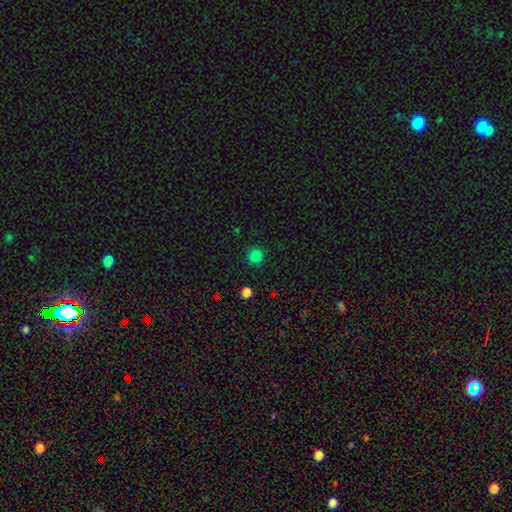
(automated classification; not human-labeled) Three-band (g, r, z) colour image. It shows a smooth galaxy with no disk features (80%) that is round (92%). Merging: none (89%).